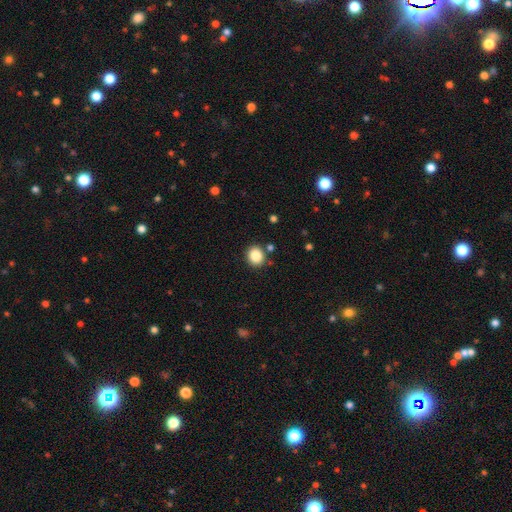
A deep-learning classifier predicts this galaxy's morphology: smooth 86%, star or artifact 10%, featured or disk 4%. Down the decision tree: how rounded — round (78%); merging — none (86%).